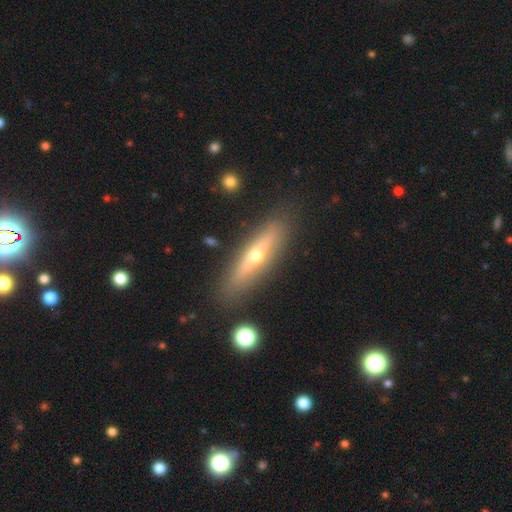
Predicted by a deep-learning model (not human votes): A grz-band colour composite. It shows a featured or disk galaxy (59%) viewed edge-on (83%). Merging: none (87%).